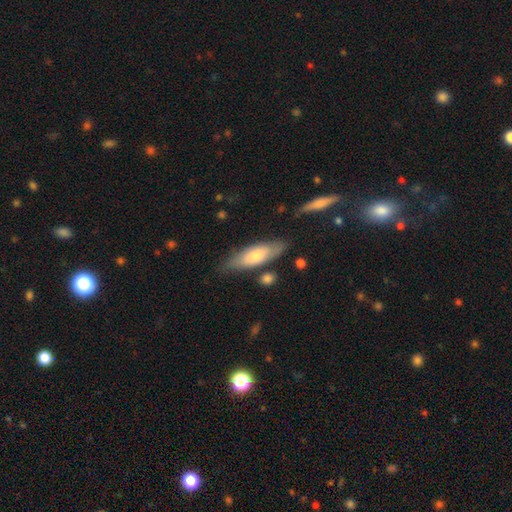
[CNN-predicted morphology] Smooth or featured: smooth — 58% (featured or disk — 35%)
How rounded: cigar-shaped — 50% (in between — 48%)
Merging: none — 76% (minor disturbance — 16%)